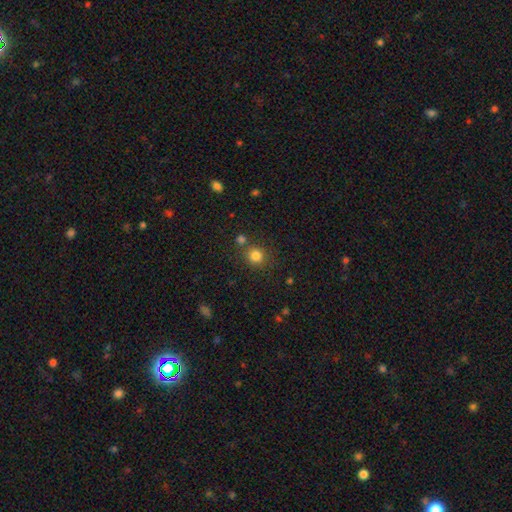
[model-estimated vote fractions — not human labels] Smooth or featured? smooth (82%)
How rounded? round (88%)
Merging? none (74%)